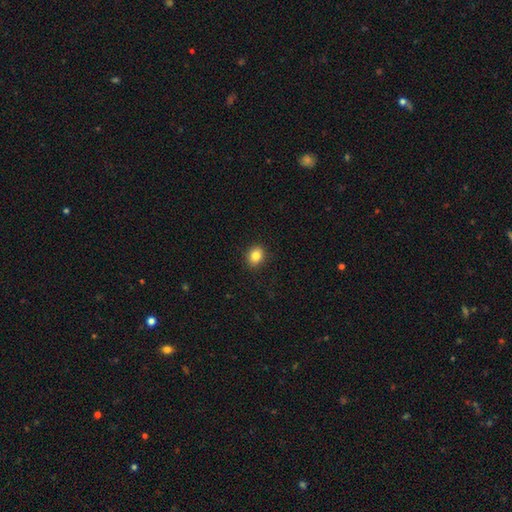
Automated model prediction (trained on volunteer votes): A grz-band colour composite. It shows a smooth galaxy with no disk features (84%) that is round (61%). Merging: none (91%).